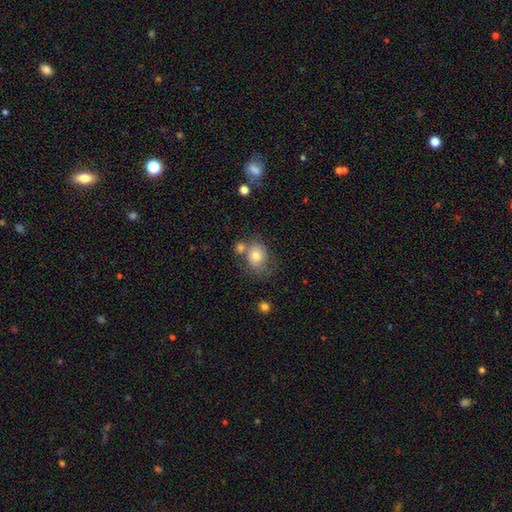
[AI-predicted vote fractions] smooth 77%, featured or disk 13%, star or artifact 10%. Down the decision tree: how rounded — round (56%); merging — none (49%).